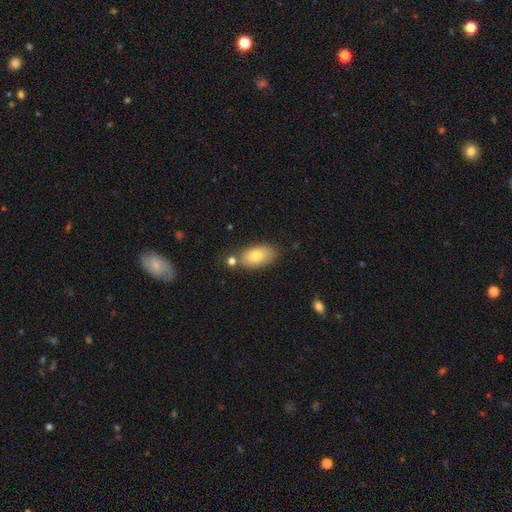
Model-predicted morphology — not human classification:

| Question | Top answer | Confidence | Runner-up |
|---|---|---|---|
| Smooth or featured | smooth | 77% | featured or disk (15%) |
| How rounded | in between | 91% | round (5%) |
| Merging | none | 73% | minor disturbance (15%) |